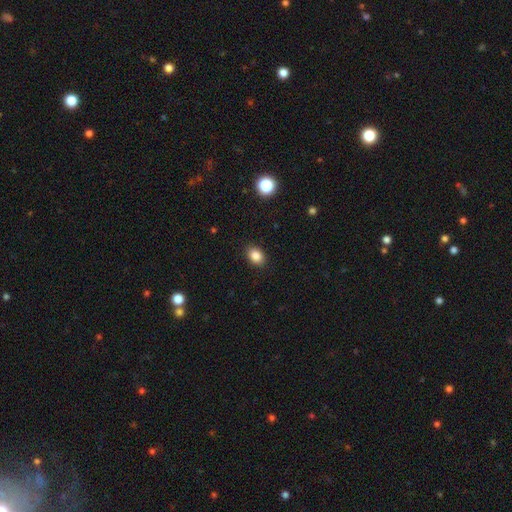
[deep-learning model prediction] A smooth galaxy with no disk features (85%) that is in between round and cigar-shaped (69%).

Vote fractions:
- Smooth or featured? smooth: 85% / star or artifact: 10% / featured or disk: 5%
- How rounded? in between: 69% / round: 30% / cigar-shaped: 1%
- Merging? none: 89% / minor disturbance: 8% / major disturbance: 2% / merger: 1%